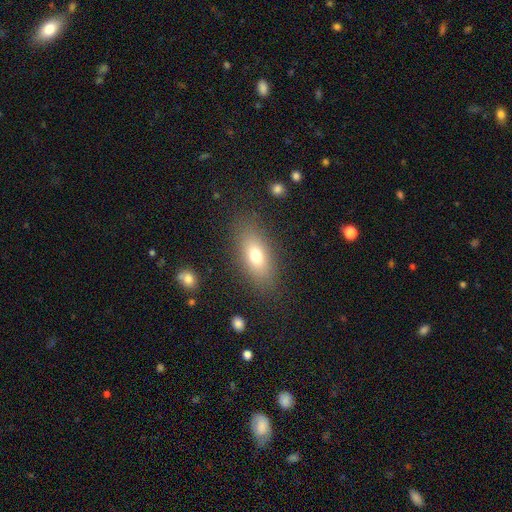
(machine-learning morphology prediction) smooth-or-featured: smooth: 72% | featured or disk: 18% | star or artifact: 10%
  how-rounded: in between: 81% | cigar-shaped: 12% | round: 7%
  merging: none: 83% | minor disturbance: 10% | major disturbance: 5% | merger: 2%